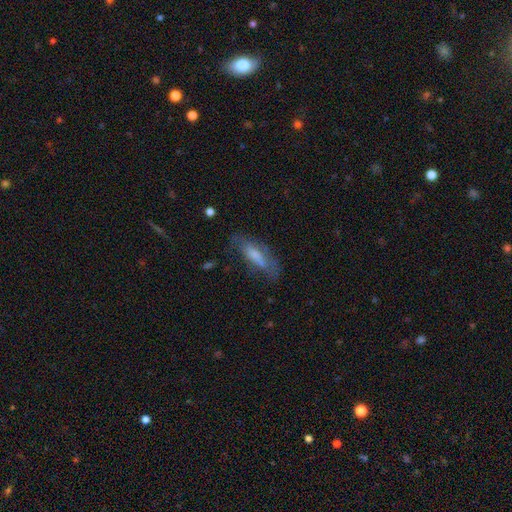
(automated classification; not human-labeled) The model was most divided on "how rounded": cigar-shaped: 53%, in between: 46%, round: 2%. More confident: smooth or featured — smooth (61%); merging — none (57%).